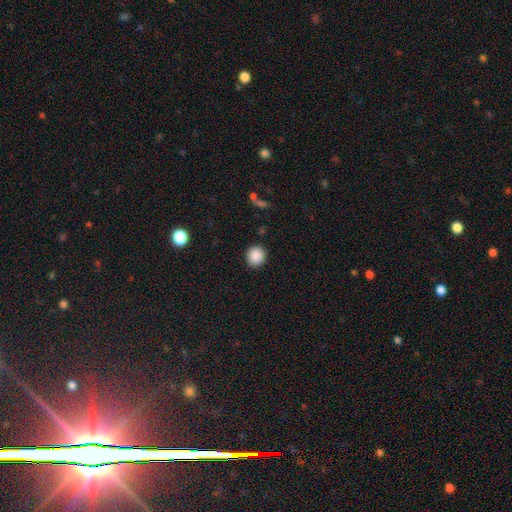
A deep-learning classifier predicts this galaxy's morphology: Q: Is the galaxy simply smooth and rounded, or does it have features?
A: smooth — 89%.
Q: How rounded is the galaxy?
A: round — 91%.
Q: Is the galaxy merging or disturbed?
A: none — 91%.